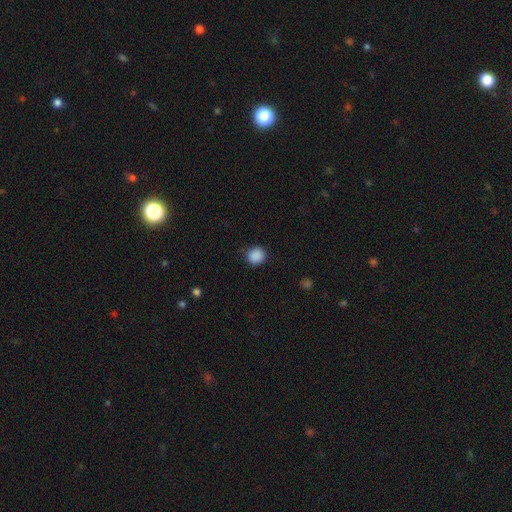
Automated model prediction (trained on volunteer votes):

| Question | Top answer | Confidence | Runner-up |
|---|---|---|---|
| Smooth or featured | smooth | 89% | star or artifact (9%) |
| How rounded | round | 88% | in between (11%) |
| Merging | none | 88% | minor disturbance (8%) |